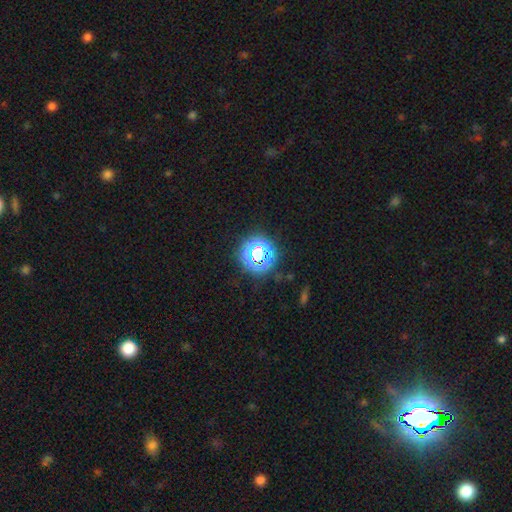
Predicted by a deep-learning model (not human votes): Smooth or featured?
  - star or artifact: 70% *
  - smooth: 22%
  - featured or disk: 8%